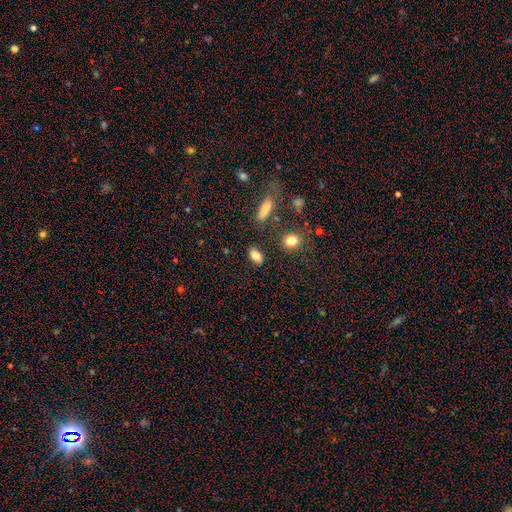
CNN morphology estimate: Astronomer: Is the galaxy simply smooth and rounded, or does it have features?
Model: smooth — 81%.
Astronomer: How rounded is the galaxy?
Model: in between — 83%.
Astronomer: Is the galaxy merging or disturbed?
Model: none — 84%.